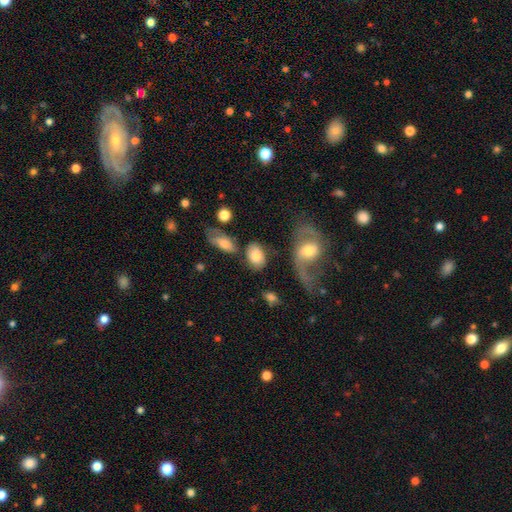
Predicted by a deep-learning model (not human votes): Morphology: type=smooth (75%); roundness=in between (82%); merging=none (63%).